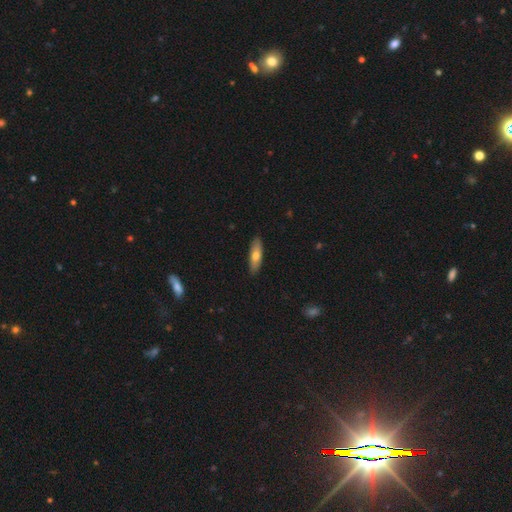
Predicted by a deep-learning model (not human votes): smooth_or_featured: smooth (p=0.66) [alt: featured or disk p=0.28]
how_rounded: cigar-shaped (p=0.55) [alt: in between p=0.43]
merging: none (p=0.89) [alt: minor disturbance p=0.08]